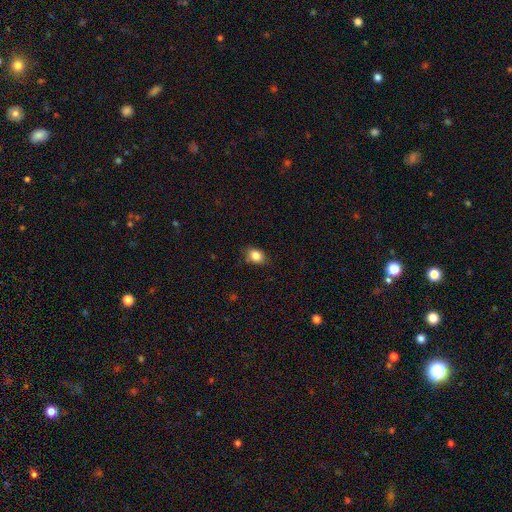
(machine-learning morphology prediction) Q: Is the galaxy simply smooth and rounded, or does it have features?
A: smooth — 84%.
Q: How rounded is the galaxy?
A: in between — 68%.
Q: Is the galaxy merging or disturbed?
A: none — 77%.